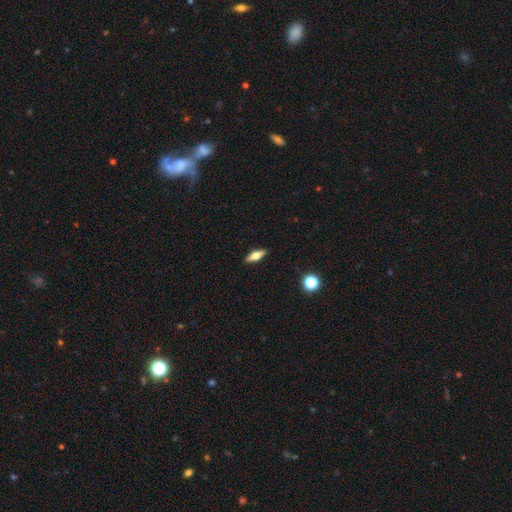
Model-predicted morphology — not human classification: Overall: smooth (55%; featured or disk 38%). How rounded: in between (60%; cigar-shaped 36%). Merging: none (90%).